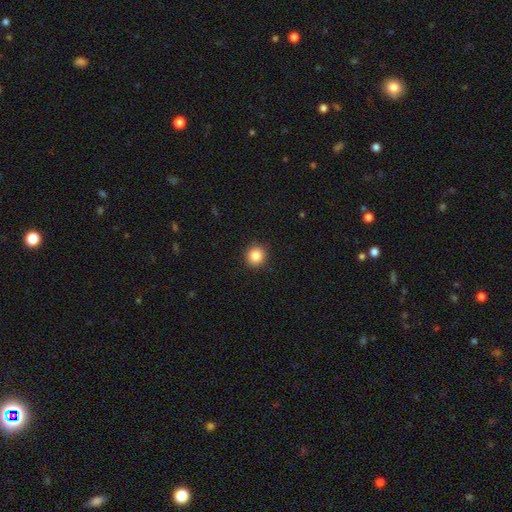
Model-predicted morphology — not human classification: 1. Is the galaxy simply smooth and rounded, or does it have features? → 86% smooth, 10% star or artifact, 4% featured or disk.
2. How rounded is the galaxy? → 92% round, 7% in between, 1% cigar-shaped.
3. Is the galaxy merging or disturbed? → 92% none, 6% minor disturbance, 2% major disturbance, 1% merger.